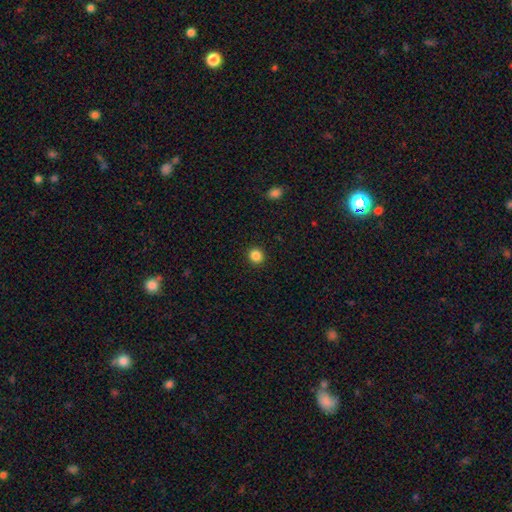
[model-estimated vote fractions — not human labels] A smooth galaxy with no disk features (85%) that is round (89%).

Vote fractions:
- Smooth or featured? smooth: 85% / star or artifact: 11% / featured or disk: 3%
- How rounded? round: 89% / in between: 10% / cigar-shaped: 1%
- Merging? none: 93% / minor disturbance: 5% / major disturbance: 2% / merger: 1%